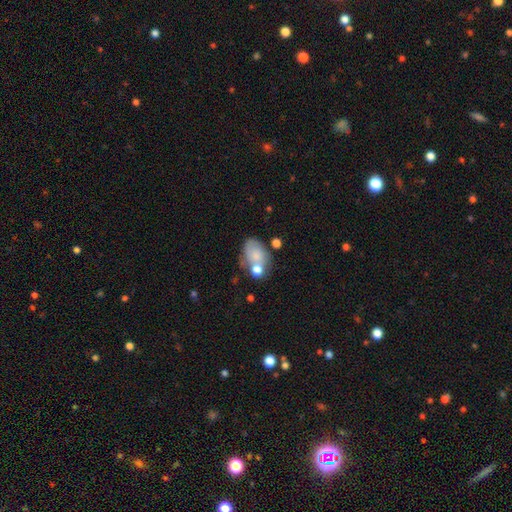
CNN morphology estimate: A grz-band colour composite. It shows a smooth galaxy with no disk features (69%) that is in between round and cigar-shaped (77%). Merging: none (38%).